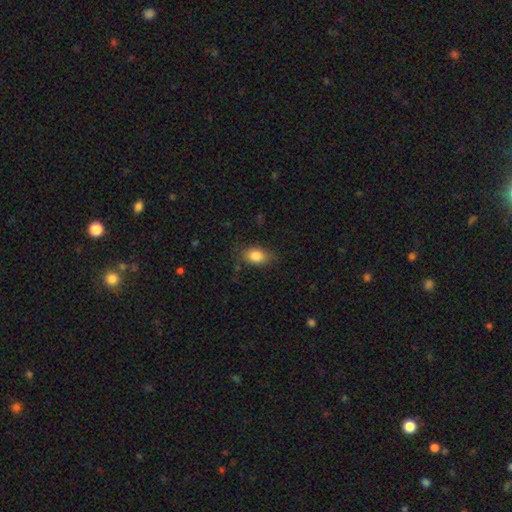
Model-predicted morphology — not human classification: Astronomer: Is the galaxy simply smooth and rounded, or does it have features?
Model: smooth — 83%.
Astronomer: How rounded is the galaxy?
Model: in between — 76%.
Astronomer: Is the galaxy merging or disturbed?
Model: none — 75%.